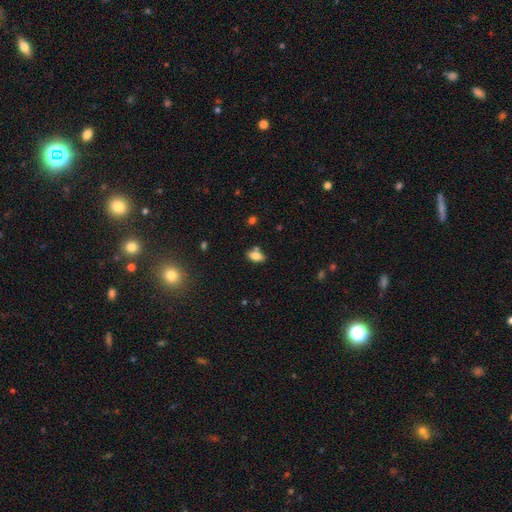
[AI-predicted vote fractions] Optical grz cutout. It shows a smooth galaxy with no disk features (77%) that is in between round and cigar-shaped (88%). Merging: none (69%).